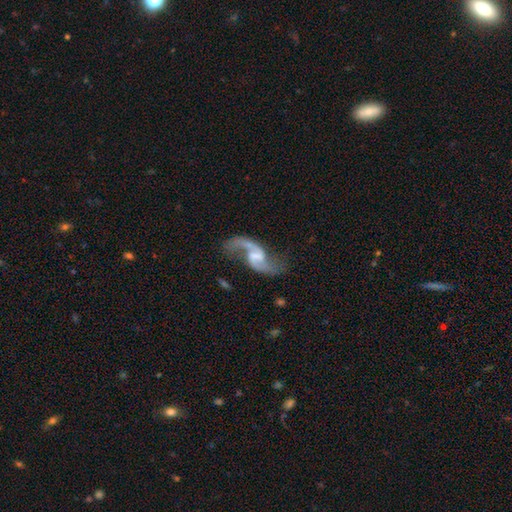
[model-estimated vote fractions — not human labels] Smooth or featured: featured or disk — 90% (smooth — 5%)
Edge-on disk: no — 98% (yes — 2%)
Bar: weak — 54% (no — 26%)
Spiral arms: yes — 96% (no — 4%)
Spiral winding: loose — 76% (medium — 21%)
Spiral arm count: 2 — 92% (1 — 4%)
Bulge size: small — 35% (none — 34%)
Merging: none — 68% (minor disturbance — 16%)